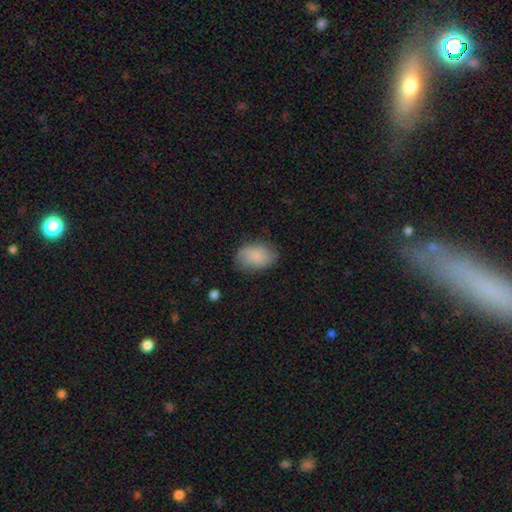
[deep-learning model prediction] Smooth or featured? Predicted: smooth (p=0.79). How rounded? Predicted: in between (p=0.83). Merging? Predicted: none (p=0.73).